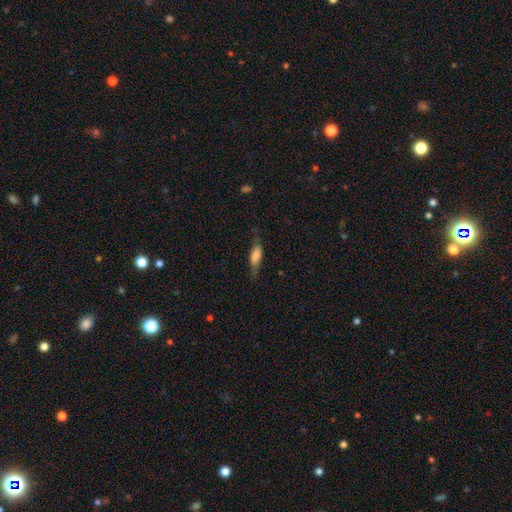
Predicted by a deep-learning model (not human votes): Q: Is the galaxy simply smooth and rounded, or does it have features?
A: smooth — 66%.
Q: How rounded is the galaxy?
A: in between — 49%, tied with cigar-shaped.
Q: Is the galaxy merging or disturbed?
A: none — 58%.